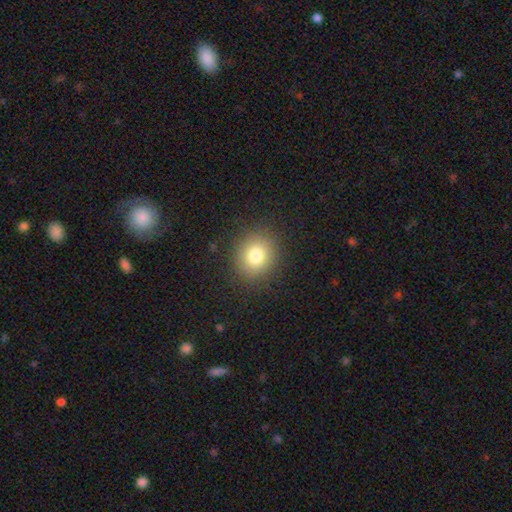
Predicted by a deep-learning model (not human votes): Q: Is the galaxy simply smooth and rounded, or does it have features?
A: smooth — 79%.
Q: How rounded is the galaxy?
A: round — 78%.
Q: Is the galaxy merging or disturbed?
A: none — 88%.